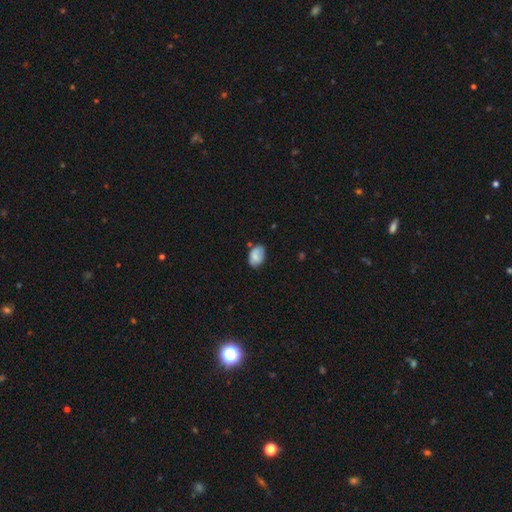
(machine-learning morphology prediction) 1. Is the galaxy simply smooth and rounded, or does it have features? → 74% smooth, 18% featured or disk, 8% star or artifact.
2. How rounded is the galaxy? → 85% in between, 14% round, 1% cigar-shaped.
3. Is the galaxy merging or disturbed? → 63% none, 28% minor disturbance, 6% major disturbance, 4% merger.